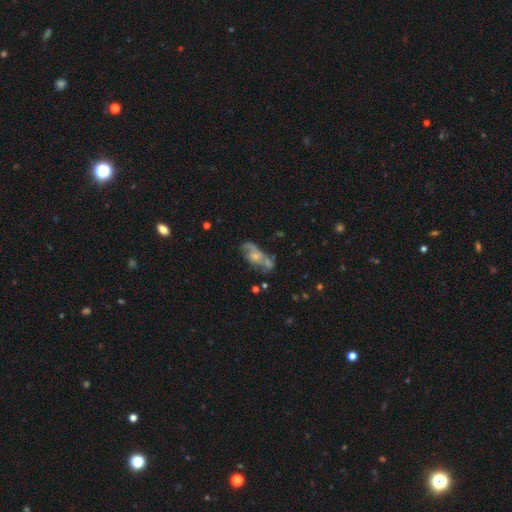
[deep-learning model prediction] Smooth or featured? Predicted: featured or disk (p=0.58). Edge-on disk? Predicted: no (p=0.93). Bar? Predicted: no (p=0.79). Spiral arms? Predicted: yes (p=0.60). Bulge size? Predicted: small (p=0.53). Merging? Predicted: none (p=0.33).